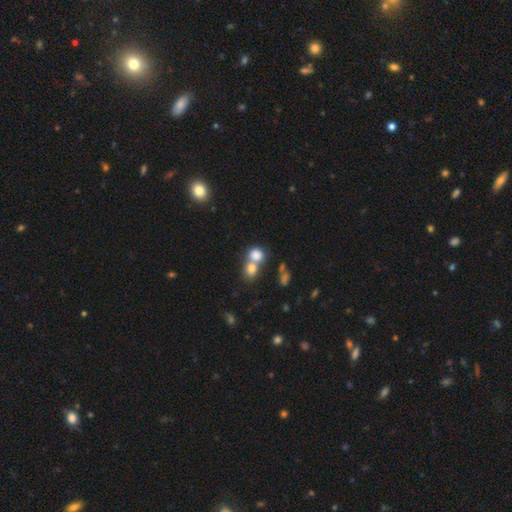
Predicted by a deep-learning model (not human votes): This appears to be a smooth galaxy with no disk features (79%) that is round (64%). Merging: merger (58%).